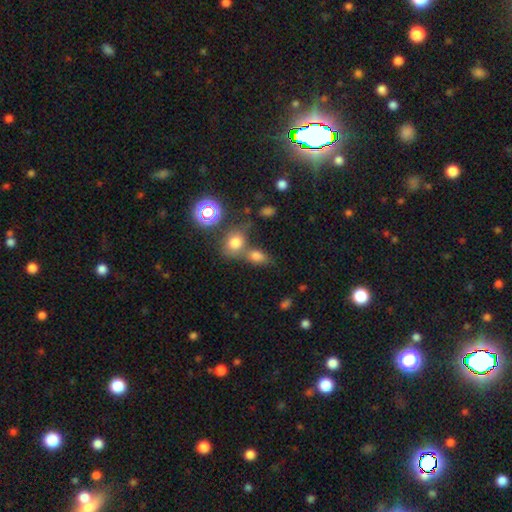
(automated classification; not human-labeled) Overall: smooth (69%). How rounded: in between (64%; round 33%). Merging: none (46%; merger 39%).